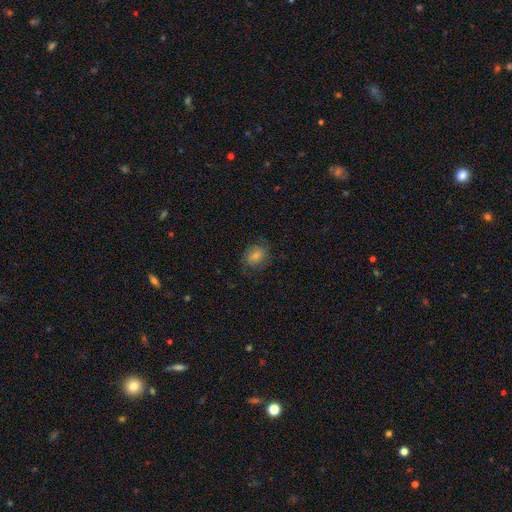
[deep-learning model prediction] Smooth or featured?
  - smooth: 61% *
  - featured or disk: 25%
  - star or artifact: 14%
How rounded?
  - round: 60% *
  - in between: 39%
  - cigar-shaped: 1%
Merging?
  - none: 77% *
  - minor disturbance: 16%
  - major disturbance: 7%
  - merger: 1%